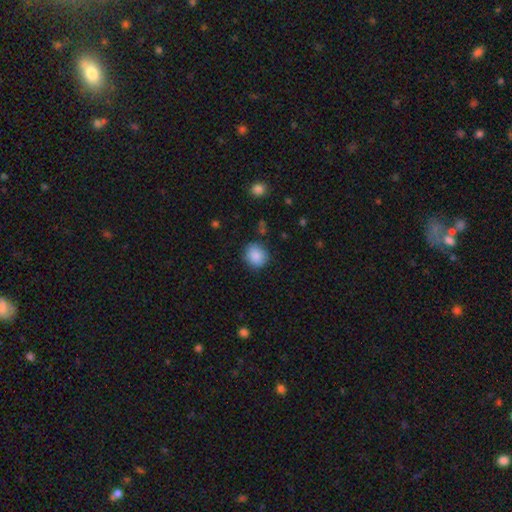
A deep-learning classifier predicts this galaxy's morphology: A smooth galaxy with no disk features (88%) that is round (78%).

Vote fractions:
- Smooth or featured? smooth: 88% / star or artifact: 8% / featured or disk: 4%
- How rounded? round: 78% / in between: 21% / cigar-shaped: 1%
- Merging? none: 84% / minor disturbance: 12% / major disturbance: 3% / merger: 2%